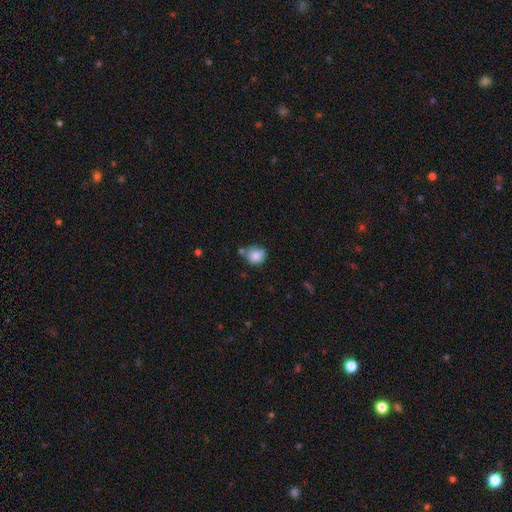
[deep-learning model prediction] Morphology: type=smooth (84%); roundness=round (84%); merging=none (60%).